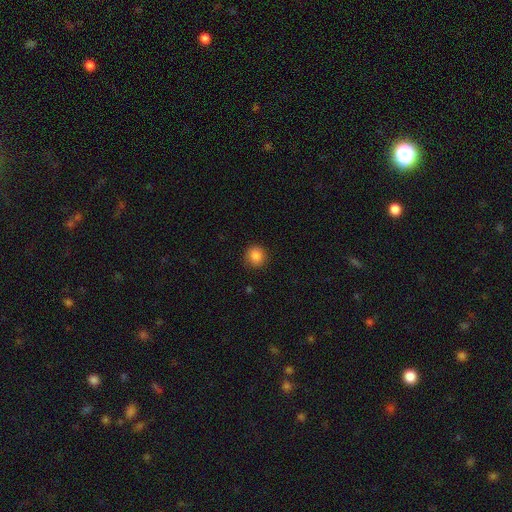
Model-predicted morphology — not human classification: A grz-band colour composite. It shows a smooth galaxy with no disk features (86%) that is round (90%). Merging: none (88%).